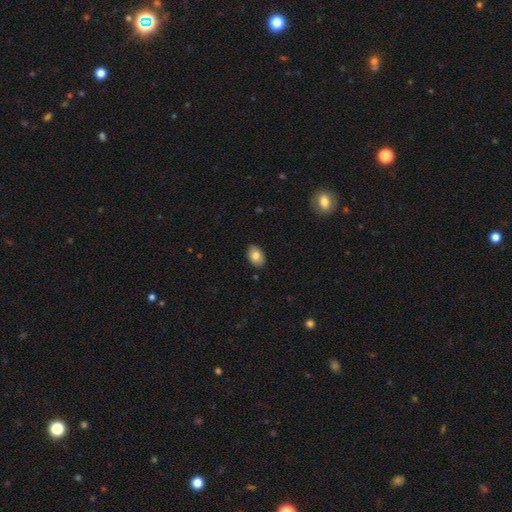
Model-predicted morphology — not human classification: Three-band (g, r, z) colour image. It shows a smooth galaxy with no disk features (80%) that is in between round and cigar-shaped (86%). Merging: none (88%).